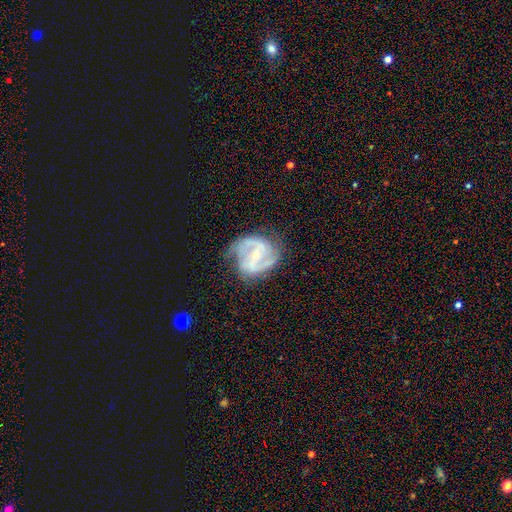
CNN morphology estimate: smooth_or_featured: featured or disk (p=0.87) [alt: smooth p=0.08]
disk_edge_on: no (p=0.98) [alt: yes p=0.02]
bar: weak (p=0.43) [alt: strong p=0.33]
has_spiral_arms: yes (p=0.95) [alt: no p=0.05]
spiral_winding: medium (p=0.53) [alt: tight p=0.25]
spiral_arm_count: 2 (p=0.76) [alt: 3 p=0.09]
bulge_size: small (p=0.69) [alt: moderate p=0.27]
merging: none (p=0.67) [alt: minor disturbance p=0.22]